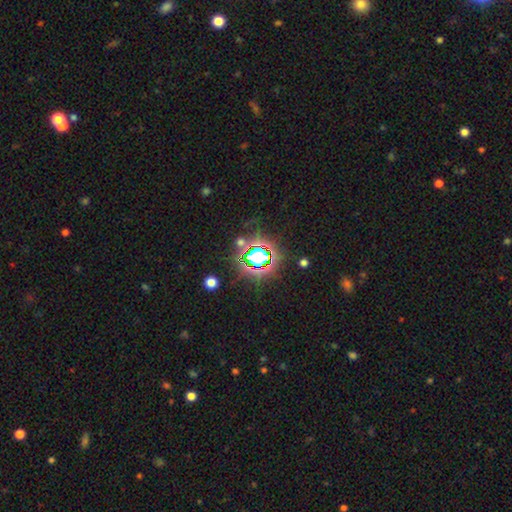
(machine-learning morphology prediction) A star or artifact, not a galaxy (77%).

Vote fractions:
- Smooth or featured? star or artifact: 77% / smooth: 14% / featured or disk: 9%